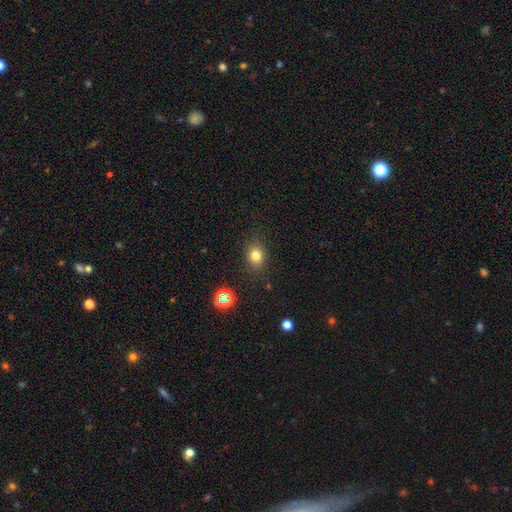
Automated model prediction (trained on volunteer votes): Overall: smooth (77%). How rounded: round (54%; in between 45%). Merging: none (83%).